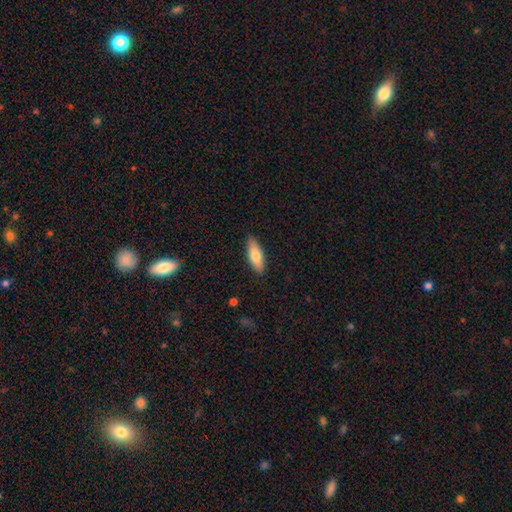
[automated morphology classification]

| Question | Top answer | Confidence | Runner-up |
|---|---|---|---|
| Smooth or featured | smooth | 75% | featured or disk (20%) |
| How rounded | in between | 65% | cigar-shaped (33%) |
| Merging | none | 87% | minor disturbance (10%) |